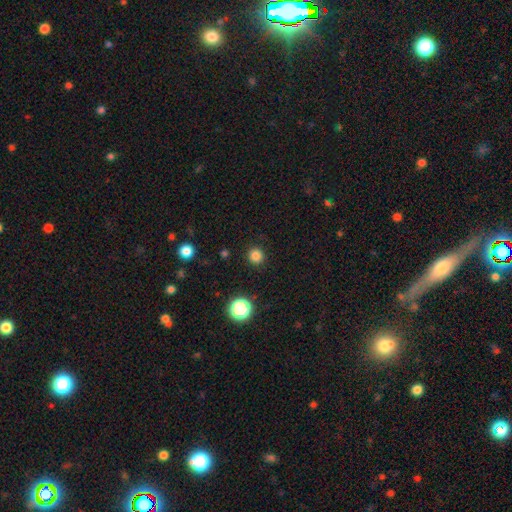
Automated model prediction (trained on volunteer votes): This is clearly a smooth galaxy (82%). How rounded: clearly round (95%). Merging: clearly none (92%).